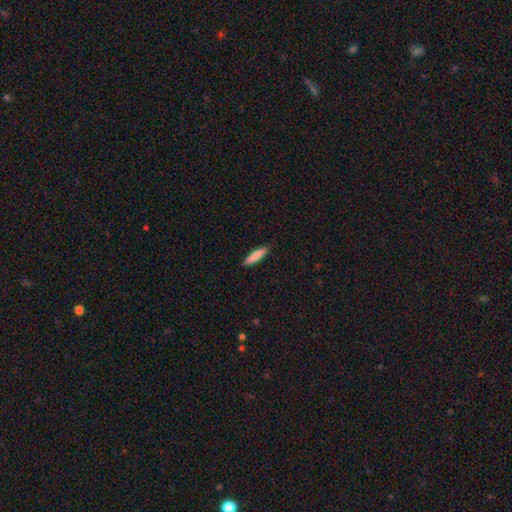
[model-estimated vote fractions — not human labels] The model was most divided on "how rounded": cigar-shaped: 79%, in between: 19%, round: 1%. More confident: merging — none (90%); smooth or featured — smooth (85%).